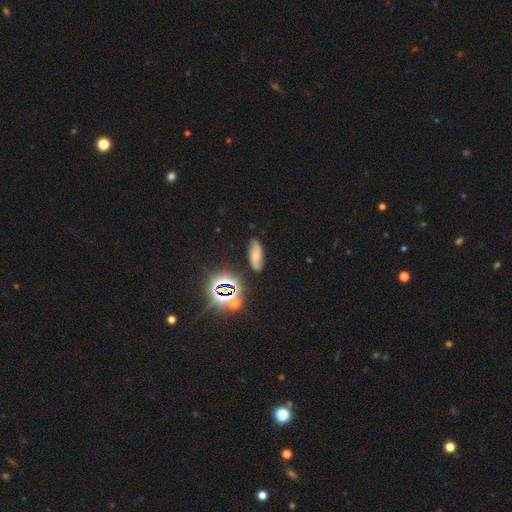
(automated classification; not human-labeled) smooth 44%, featured or disk 35%, star or artifact 21%. Down the decision tree: merging — none (77%).